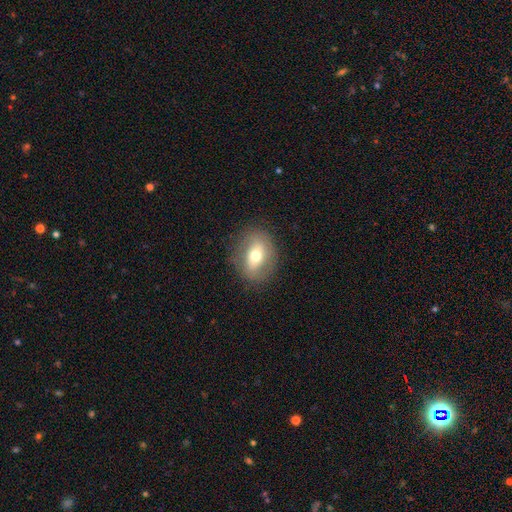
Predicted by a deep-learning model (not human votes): Smooth or featured?
  - smooth: 56% *
  - featured or disk: 35%
  - star or artifact: 9%
How rounded?
  - in between: 59% *
  - round: 39%
  - cigar-shaped: 2%
Merging?
  - none: 82% *
  - minor disturbance: 12%
  - major disturbance: 5%
  - merger: 1%